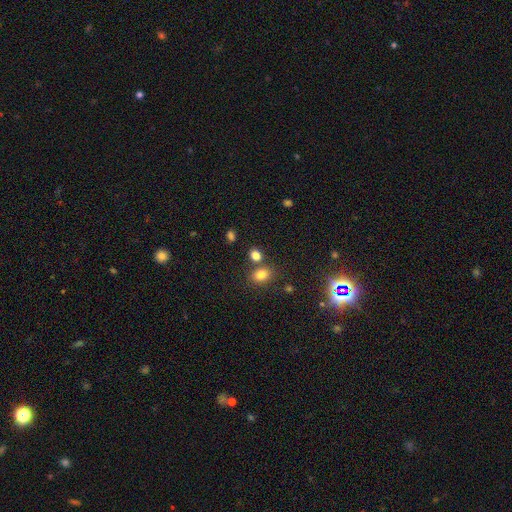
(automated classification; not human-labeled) Overall: smooth (79%). How rounded: in between (57%; round 42%). Merging: none (68%).